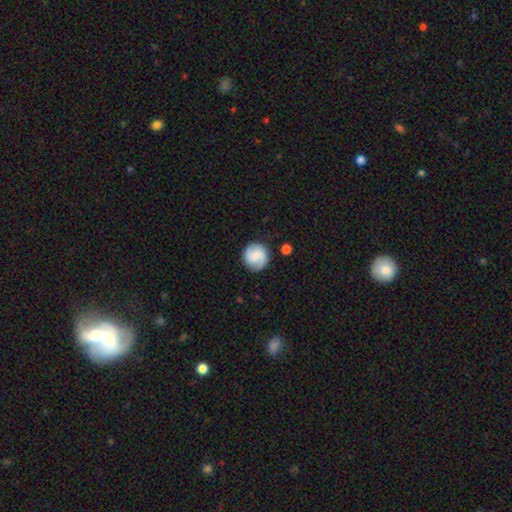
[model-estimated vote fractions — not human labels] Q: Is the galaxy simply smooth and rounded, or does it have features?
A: featured or disk — 49%.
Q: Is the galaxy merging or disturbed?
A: none — 84%.